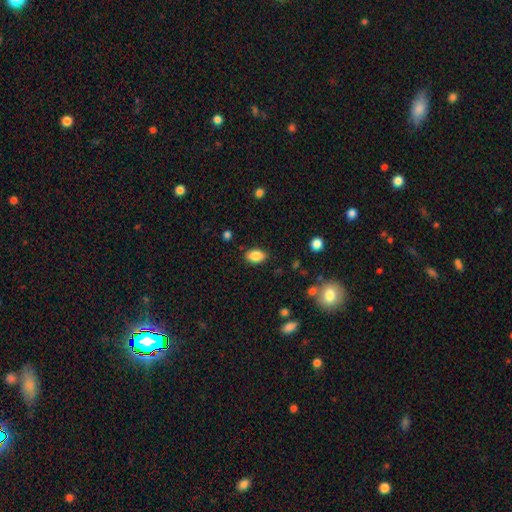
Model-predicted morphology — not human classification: smooth 87%, star or artifact 8%, featured or disk 5%. Down the decision tree: how rounded — in between (89%); merging — none (86%).